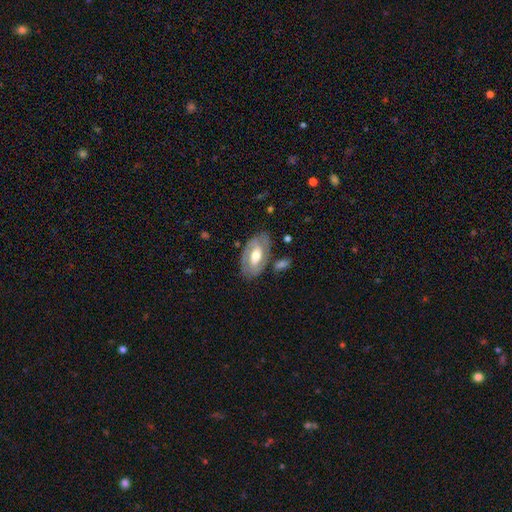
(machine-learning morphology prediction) Smooth or featured: featured or disk — 58% (smooth — 36%)
Edge-on disk: no — 90% (yes — 10%)
Bar: no — 47% (weak — 34%)
Spiral arms: no — 52% (yes — 48%)
Bulge size: moderate — 68% (large — 20%)
Merging: none — 72% (minor disturbance — 17%)